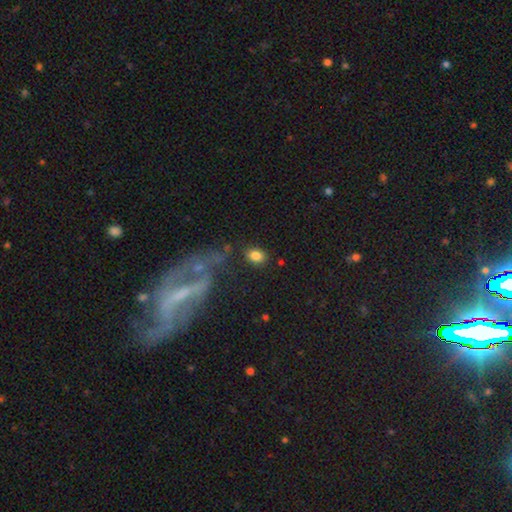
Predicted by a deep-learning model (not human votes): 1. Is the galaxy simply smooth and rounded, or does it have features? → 83% smooth, 9% star or artifact, 8% featured or disk.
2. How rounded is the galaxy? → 72% in between, 27% round, 1% cigar-shaped.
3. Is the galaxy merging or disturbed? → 80% none, 11% minor disturbance, 5% merger, 4% major disturbance.